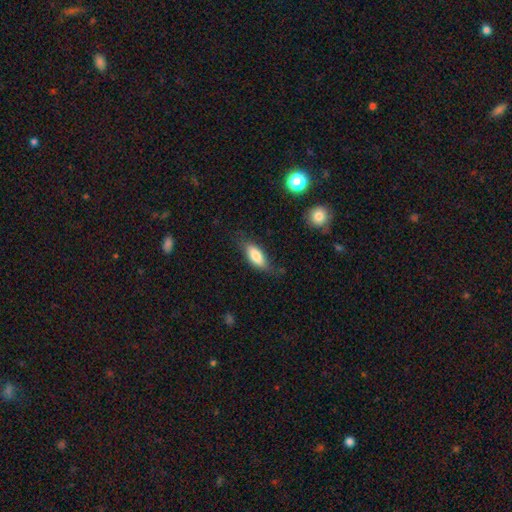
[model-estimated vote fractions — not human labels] This appears to be a smooth galaxy with no disk features (80%) that is in between round and cigar-shaped (78%). Merging: none (68%).